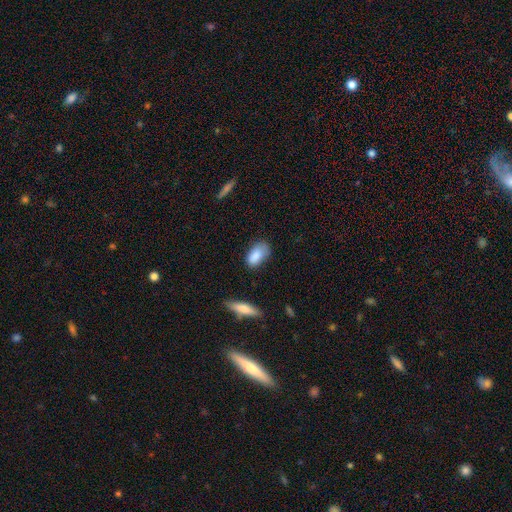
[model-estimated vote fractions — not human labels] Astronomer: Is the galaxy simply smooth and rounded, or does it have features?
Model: smooth — 85%.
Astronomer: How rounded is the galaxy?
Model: in between — 91%.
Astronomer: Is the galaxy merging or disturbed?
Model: none — 60%.